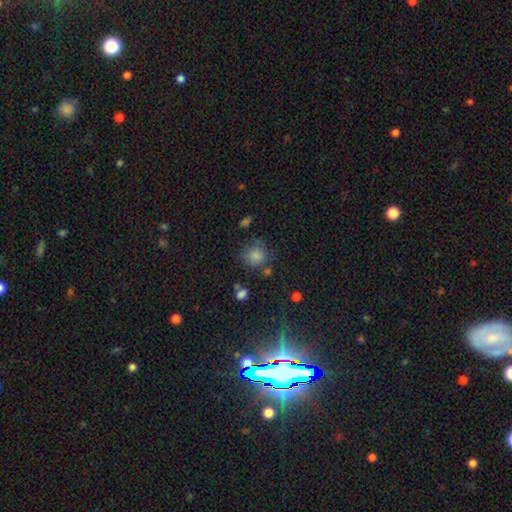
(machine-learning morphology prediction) Smooth or featured? Predicted: smooth (p=0.80). How rounded? Predicted: round (p=0.83). Merging? Predicted: none (p=0.59).